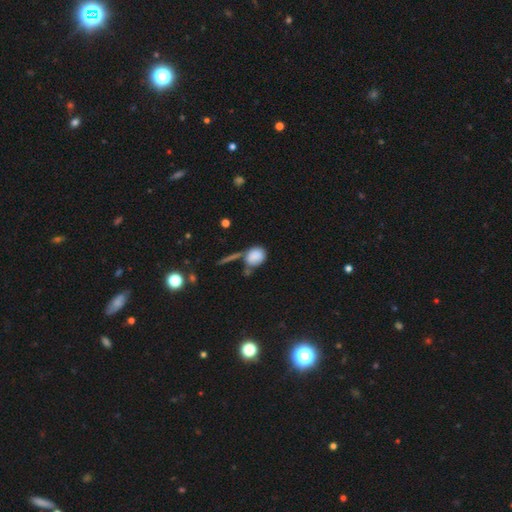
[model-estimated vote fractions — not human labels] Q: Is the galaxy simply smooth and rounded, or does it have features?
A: smooth — 83%.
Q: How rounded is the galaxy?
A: round — 58%.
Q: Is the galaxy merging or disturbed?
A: none — 48%.